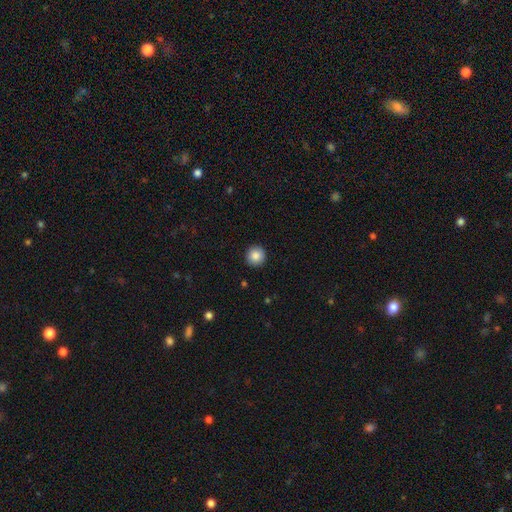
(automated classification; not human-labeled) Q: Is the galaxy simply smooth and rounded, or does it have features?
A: smooth — 87%.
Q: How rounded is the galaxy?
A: round — 95%.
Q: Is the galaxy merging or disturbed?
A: none — 93%.